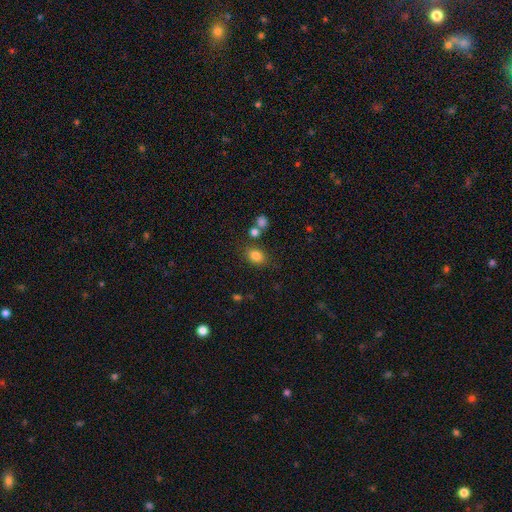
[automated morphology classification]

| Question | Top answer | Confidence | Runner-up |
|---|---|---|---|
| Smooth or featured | smooth | 82% | star or artifact (12%) |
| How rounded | in between | 56% | round (43%) |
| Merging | none | 77% | minor disturbance (11%) |